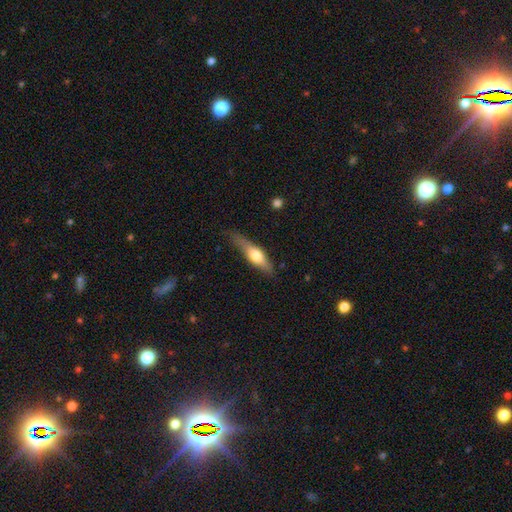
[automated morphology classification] Smooth or featured? smooth (53%)
How rounded? cigar-shaped (60%)
Merging? none (67%)